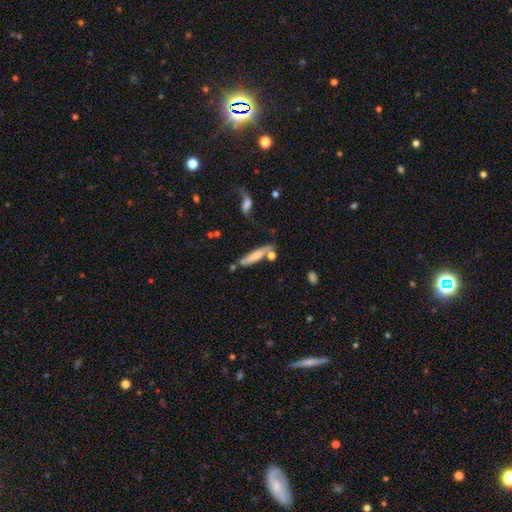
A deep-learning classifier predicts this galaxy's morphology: Smooth or featured: smooth — 63% (featured or disk — 30%)
How rounded: cigar-shaped — 83% (in between — 15%)
Merging: none — 62% (minor disturbance — 17%)